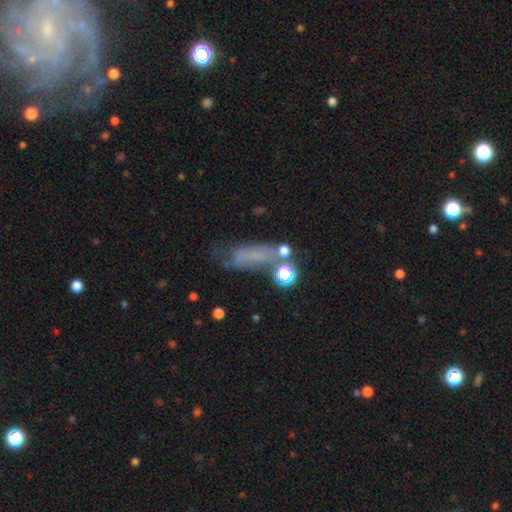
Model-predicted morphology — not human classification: Smooth or featured? smooth (47%)
Merging? none (42%)